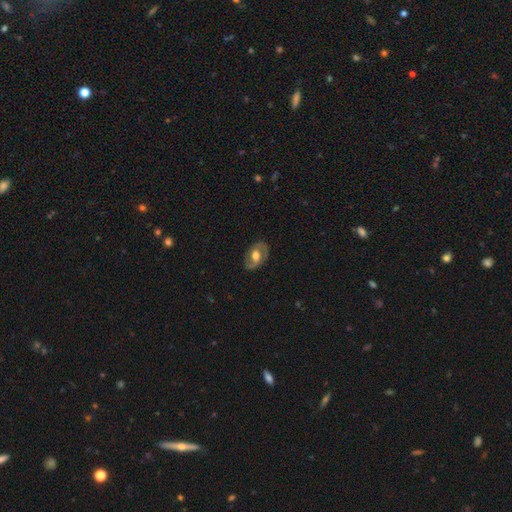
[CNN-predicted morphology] This appears to be a featured or disk galaxy (67%) with no bar (51%), spiral arms (68%) and a moderate central bulge (60%). Merging: none (81%).